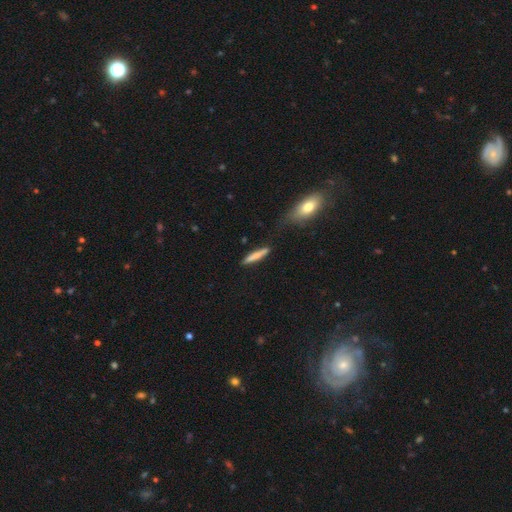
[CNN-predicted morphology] smooth 71%, featured or disk 23%, star or artifact 6%. Down the decision tree: how rounded — cigar-shaped (90%); merging — none (80%).